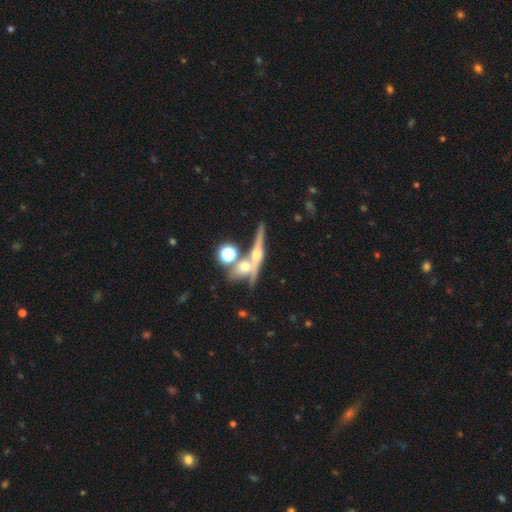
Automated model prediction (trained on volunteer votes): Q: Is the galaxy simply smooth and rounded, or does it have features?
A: featured or disk — 68%.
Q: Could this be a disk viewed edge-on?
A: yes — 87%.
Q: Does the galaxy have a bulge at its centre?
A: rounded — 87%.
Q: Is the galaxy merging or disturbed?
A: none — 51%.